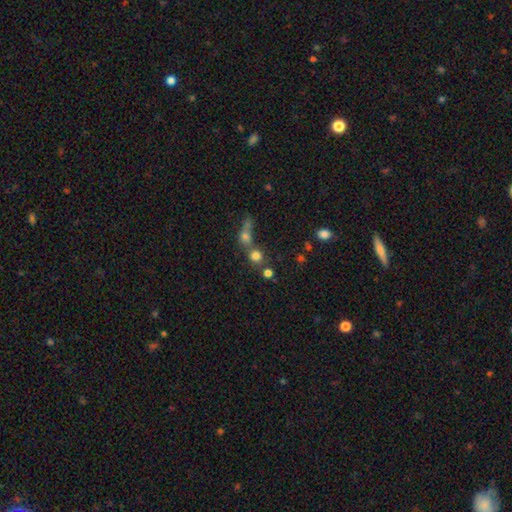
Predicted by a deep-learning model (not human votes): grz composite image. It shows a smooth galaxy with no disk features (74%) that is round (86%). Merging: none (48%).